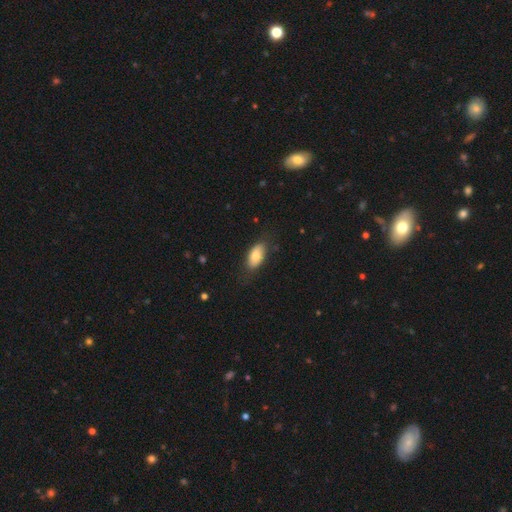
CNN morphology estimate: Overall: smooth (75%). How rounded: in between (92%). Merging: none (76%).